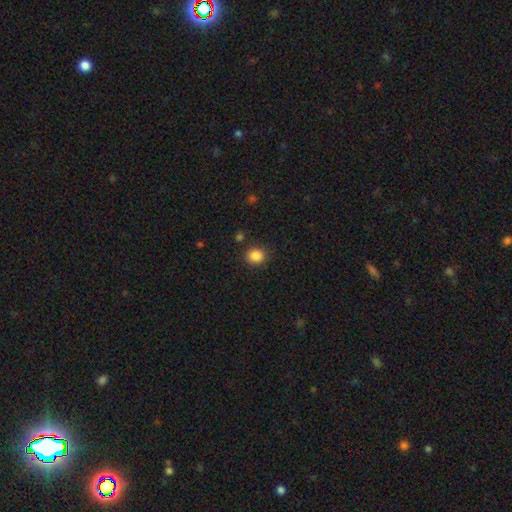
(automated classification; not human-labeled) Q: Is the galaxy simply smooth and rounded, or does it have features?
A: smooth — 86%.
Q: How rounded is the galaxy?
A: round — 74%.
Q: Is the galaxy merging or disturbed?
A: none — 86%.